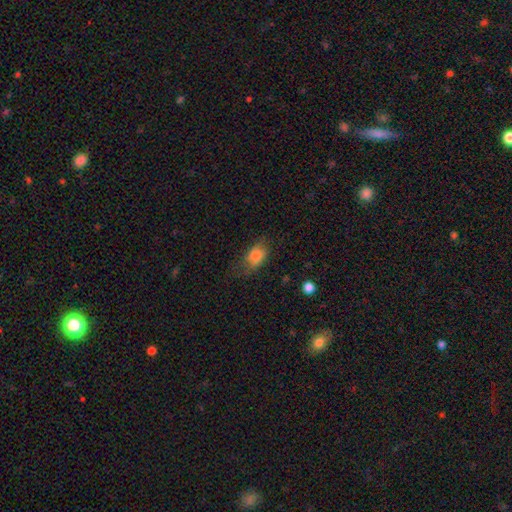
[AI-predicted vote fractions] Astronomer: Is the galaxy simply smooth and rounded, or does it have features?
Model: smooth — 80%.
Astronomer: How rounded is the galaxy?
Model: in between — 83%.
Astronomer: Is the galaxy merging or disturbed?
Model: none — 52% (runner-up: minor disturbance, 28%).